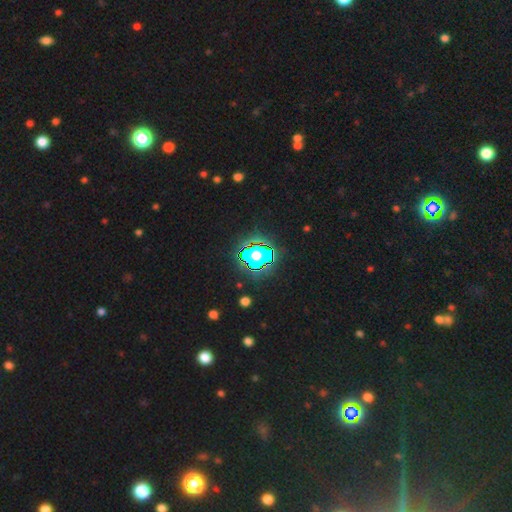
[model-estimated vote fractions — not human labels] smooth-or-featured: star or artifact: 58% | smooth: 26% | featured or disk: 16%